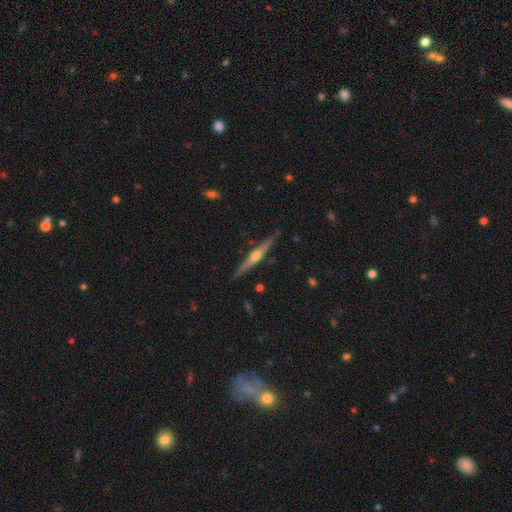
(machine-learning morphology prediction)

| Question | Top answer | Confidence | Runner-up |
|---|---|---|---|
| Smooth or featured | featured or disk | 73% | smooth (22%) |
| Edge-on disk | yes | 98% | no (2%) |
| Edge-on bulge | rounded | 91% | none (6%) |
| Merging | none | 88% | minor disturbance (9%) |